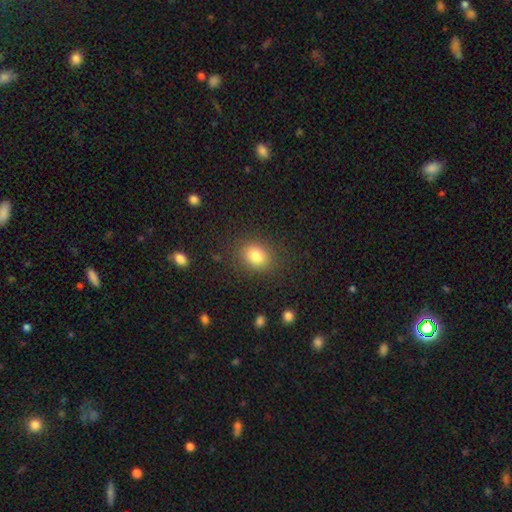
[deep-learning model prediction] Smooth or featured? Predicted: smooth (p=0.81). How rounded? Predicted: round (p=0.50). Merging? Predicted: none (p=0.84).